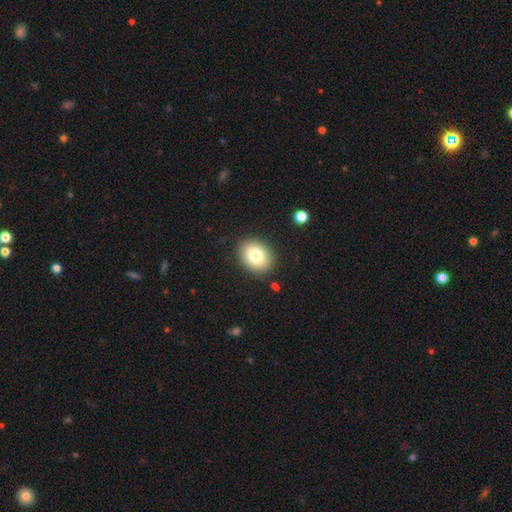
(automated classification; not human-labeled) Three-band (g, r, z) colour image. It shows a smooth galaxy with no disk features (80%) that is in between round and cigar-shaped (61%). Merging: none (88%).